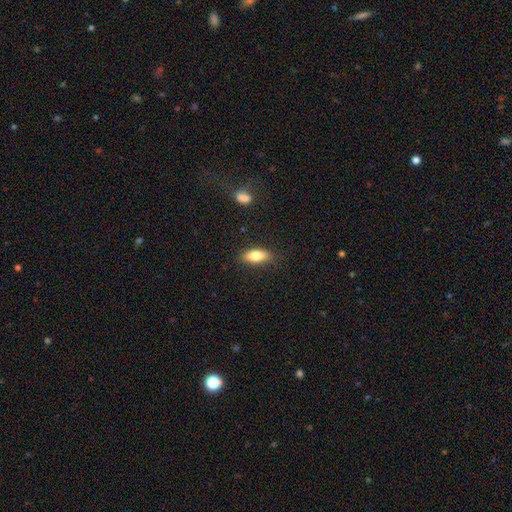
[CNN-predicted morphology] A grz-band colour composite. It shows a smooth galaxy with no disk features (75%) that is in between round and cigar-shaped (78%). Merging: none (82%).